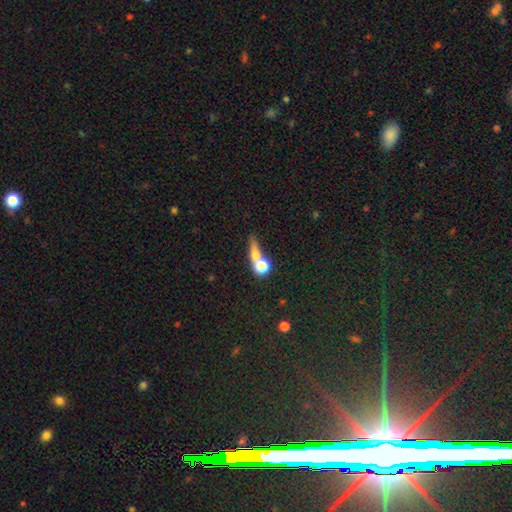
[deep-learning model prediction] Smooth or featured? smooth (62%)
How rounded? round (46%)
Merging? merger (43%)